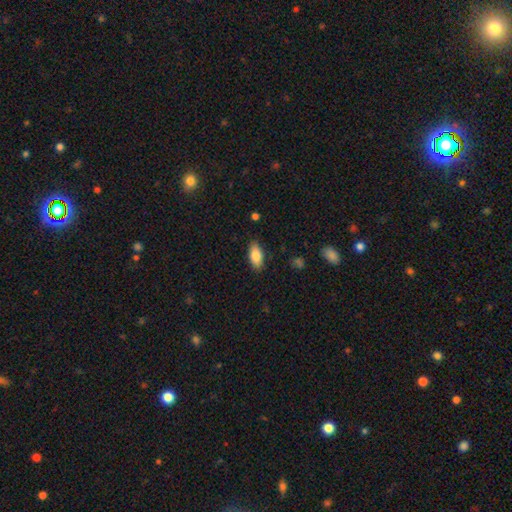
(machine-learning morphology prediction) Smooth or featured: smooth — 83% (featured or disk — 10%)
How rounded: in between — 89% (cigar-shaped — 8%)
Merging: none — 86% (minor disturbance — 11%)